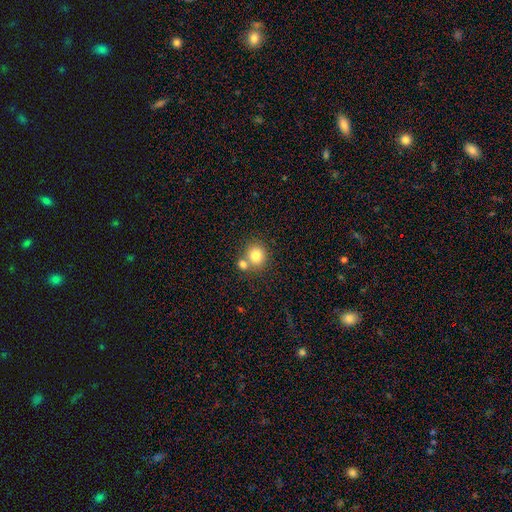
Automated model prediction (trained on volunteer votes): smooth 80%, star or artifact 11%, featured or disk 9%. Down the decision tree: how rounded — round (82%); merging — none (55%).